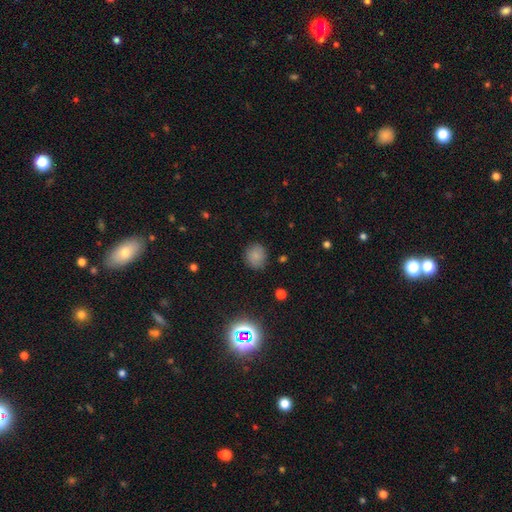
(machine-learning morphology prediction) Q: Smooth or featured?
A: smooth (81%); runner-up: star or artifact (13%)
Q: How rounded?
A: round (82%); runner-up: in between (17%)
Q: Merging?
A: none (85%); runner-up: minor disturbance (11%)